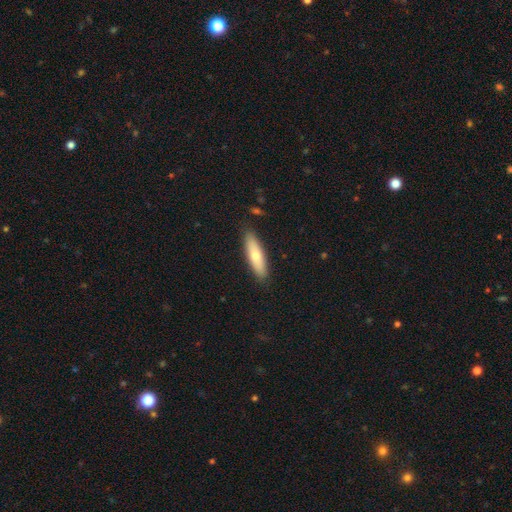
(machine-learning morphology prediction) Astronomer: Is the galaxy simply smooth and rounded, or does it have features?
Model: smooth — 66%.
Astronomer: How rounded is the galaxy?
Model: cigar-shaped — 59% (runner-up: in between, 39%).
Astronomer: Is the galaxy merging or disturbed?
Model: none — 88%.